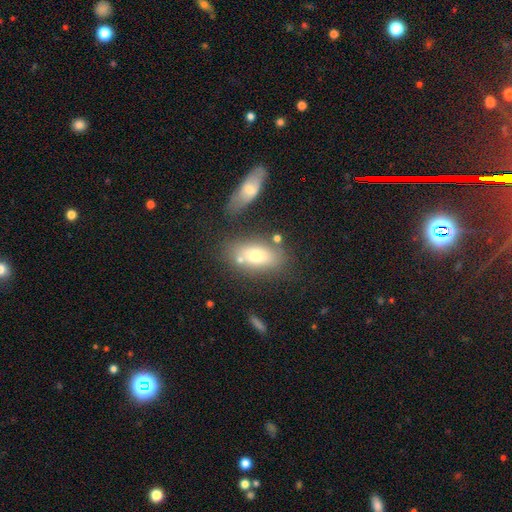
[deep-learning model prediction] A smooth galaxy with no disk features (68%) that is in between round and cigar-shaped (84%).

Vote fractions:
- Smooth or featured? smooth: 68% / featured or disk: 23% / star or artifact: 9%
- How rounded? in between: 84% / round: 8% / cigar-shaped: 8%
- Merging? none: 63% / merger: 16% / minor disturbance: 15% / major disturbance: 6%